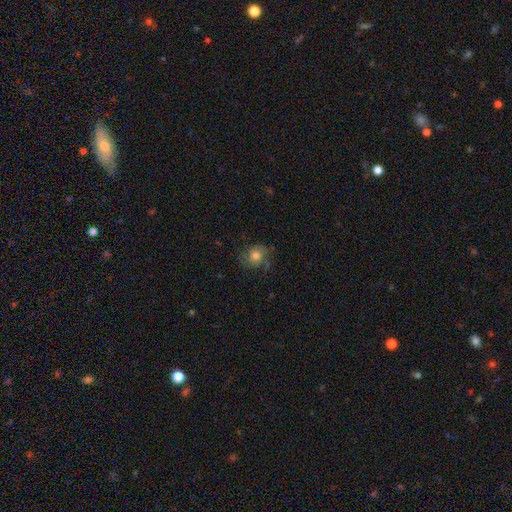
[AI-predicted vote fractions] This appears to be a smooth galaxy with no disk features (66%) that is round (72%). Merging: none (66%).